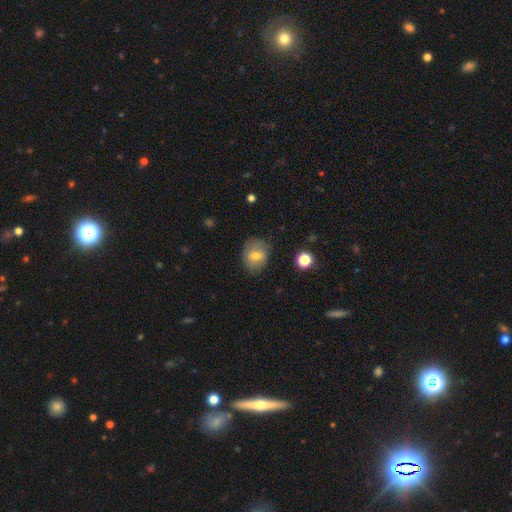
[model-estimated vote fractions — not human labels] Q: Smooth or featured?
A: smooth (71%); runner-up: featured or disk (20%)
Q: How rounded?
A: round (56%); runner-up: in between (43%)
Q: Merging?
A: none (75%); runner-up: minor disturbance (18%)